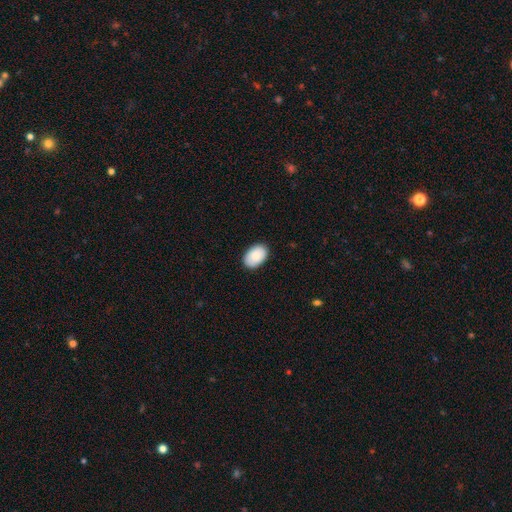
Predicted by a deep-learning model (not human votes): smooth_or_featured: smooth (p=0.88) [alt: star or artifact p=0.06]
how_rounded: in between (p=0.89) [alt: round p=0.10]
merging: none (p=0.88) [alt: minor disturbance p=0.09]